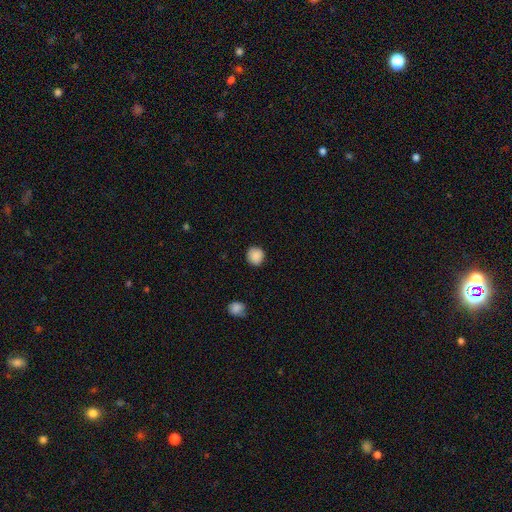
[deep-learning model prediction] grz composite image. It shows a smooth galaxy with no disk features (89%) that is round (92%). Merging: none (90%).